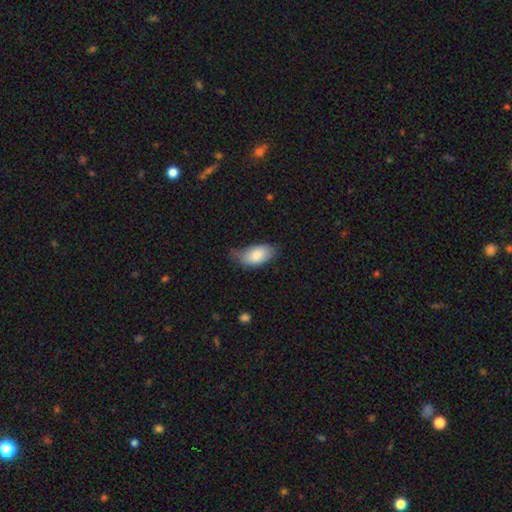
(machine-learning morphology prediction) type=smooth (82%); roundness=in between (94%); merging=none (46%).